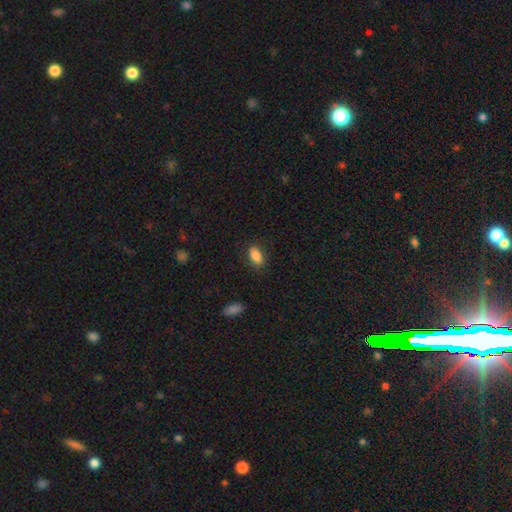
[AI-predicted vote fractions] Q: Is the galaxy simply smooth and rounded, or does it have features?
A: smooth — 86%.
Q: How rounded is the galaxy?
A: in between — 90%.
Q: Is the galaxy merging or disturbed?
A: none — 83%.